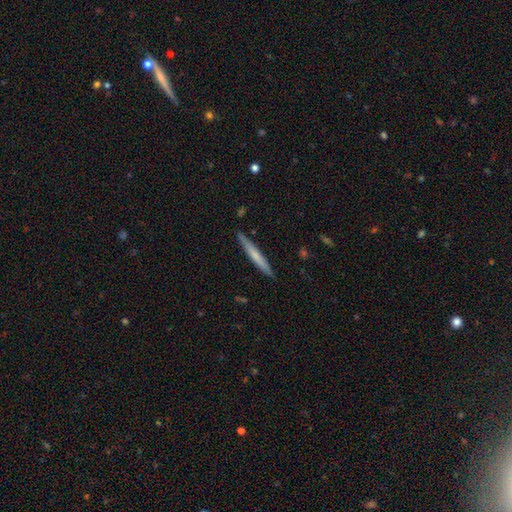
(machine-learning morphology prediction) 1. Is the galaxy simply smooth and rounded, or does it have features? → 56% smooth, 39% featured or disk, 5% star or artifact.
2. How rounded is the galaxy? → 96% cigar-shaped, 3% in between, 1% round.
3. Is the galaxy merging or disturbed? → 89% none, 8% minor disturbance, 1% major disturbance, 1% merger.